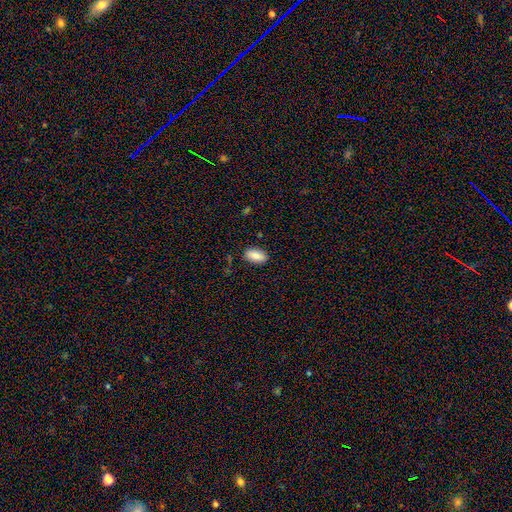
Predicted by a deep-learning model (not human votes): Morphology: type=smooth (84%); roundness=in between (91%); merging=none (86%).